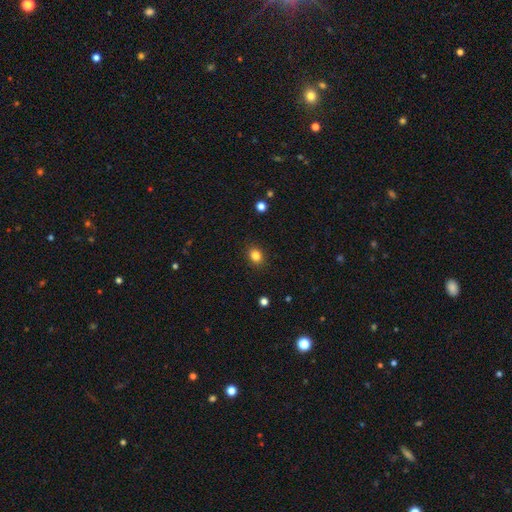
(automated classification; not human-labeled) Overall: smooth (84%). How rounded: round (61%; in between 38%). Merging: none (90%).